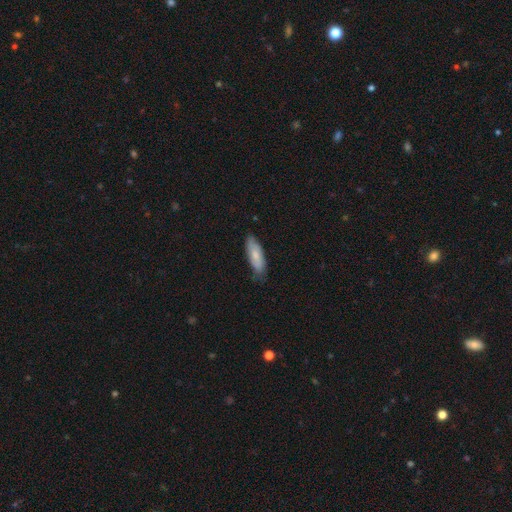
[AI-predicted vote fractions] A smooth galaxy with no disk features (73%) that is in between round and cigar-shaped (63%).

Vote fractions:
- Smooth or featured? smooth: 73% / featured or disk: 21% / star or artifact: 5%
- How rounded? in between: 63% / cigar-shaped: 35% / round: 2%
- Merging? none: 73% / minor disturbance: 22% / major disturbance: 3% / merger: 1%